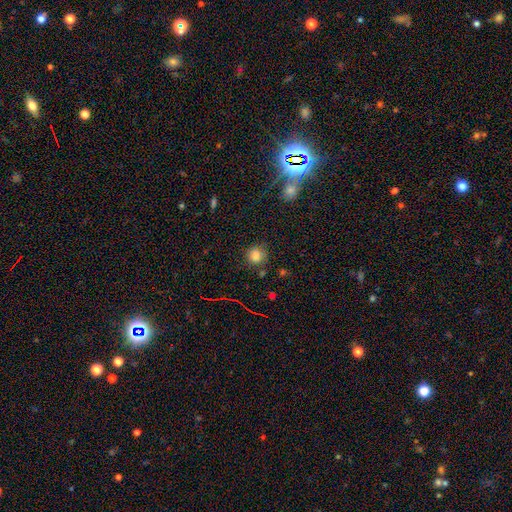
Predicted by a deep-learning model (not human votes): This is clearly a smooth galaxy (81%). How rounded: clearly round (89%). Merging: clearly none (80%).